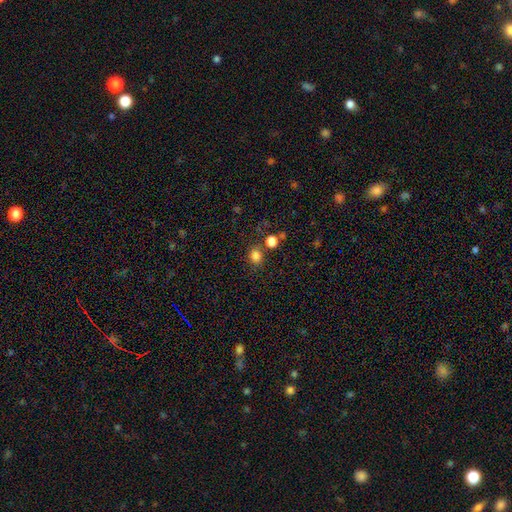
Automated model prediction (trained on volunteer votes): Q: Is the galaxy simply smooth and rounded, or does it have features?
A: smooth — 82%.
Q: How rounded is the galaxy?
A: round — 72%.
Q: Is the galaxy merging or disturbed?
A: none — 77%.